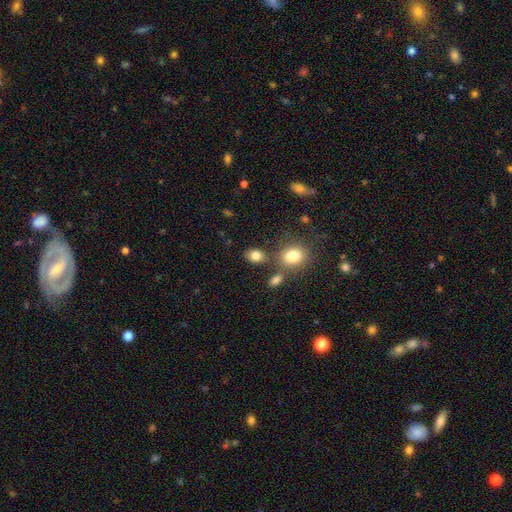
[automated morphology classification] type=smooth (82%); roundness=in between (65%); merging=none (67%).